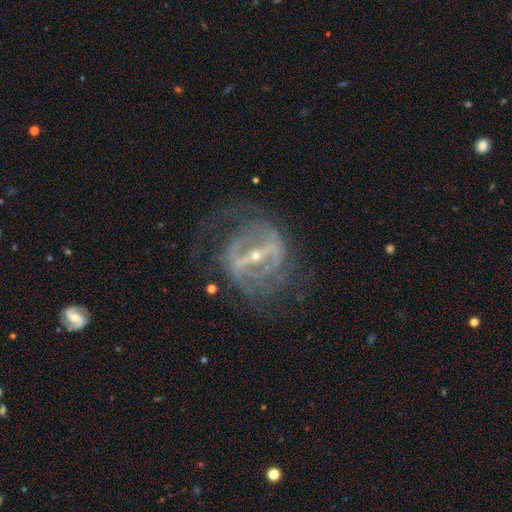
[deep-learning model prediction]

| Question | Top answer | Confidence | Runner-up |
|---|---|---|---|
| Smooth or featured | featured or disk | 89% | star or artifact (6%) |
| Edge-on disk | no | 93% | yes (7%) |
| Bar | strong | 81% | weak (14%) |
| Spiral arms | yes | 76% | no (24%) |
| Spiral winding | medium | 41% | tied: tight (41%) |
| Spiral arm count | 2 | 45% | can't tell (30%) |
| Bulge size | small | 72% | moderate (25%) |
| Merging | none | 60% | major disturbance (22%) |